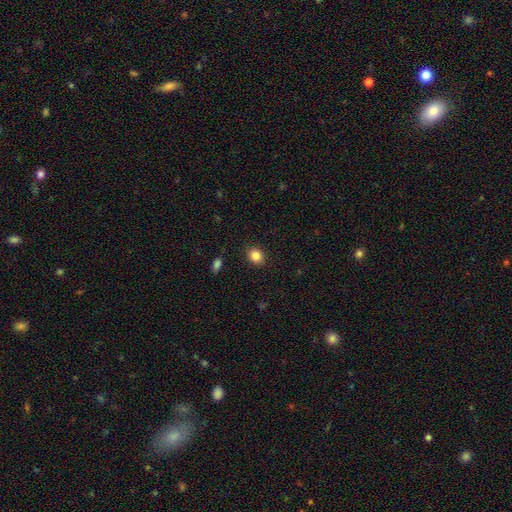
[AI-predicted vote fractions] Smooth or featured? Predicted: smooth (p=0.85). How rounded? Predicted: round (p=0.54). Merging? Predicted: none (p=0.89).